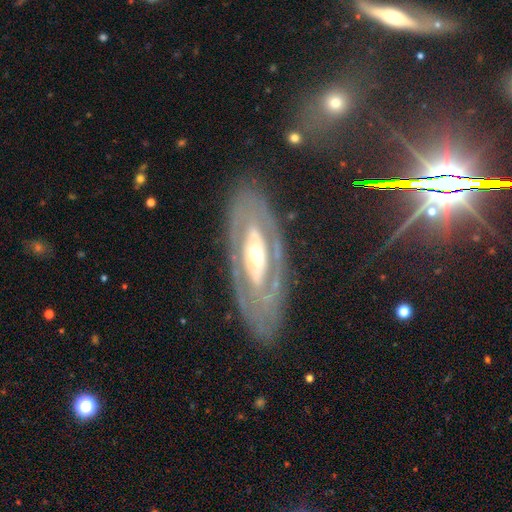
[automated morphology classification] Smooth or featured? featured or disk (80%)
Edge-on disk? no (85%)
Bar? no (60%)
Spiral arms? yes (51%)
Bulge size? moderate (60%)
Merging? none (80%)